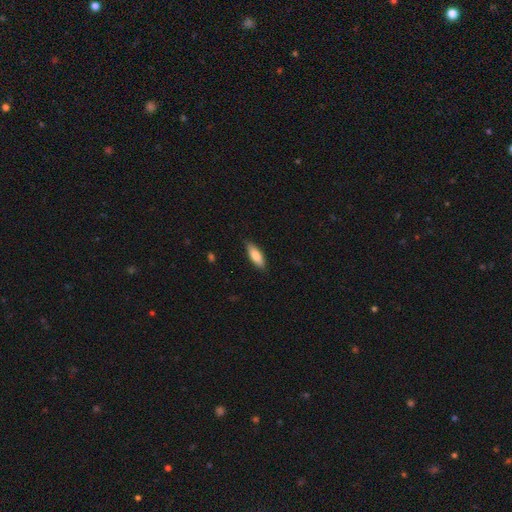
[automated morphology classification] The model was most divided on "how rounded": in between: 63%, cigar-shaped: 36%, round: 2%. More confident: merging — none (86%); smooth or featured — smooth (81%).